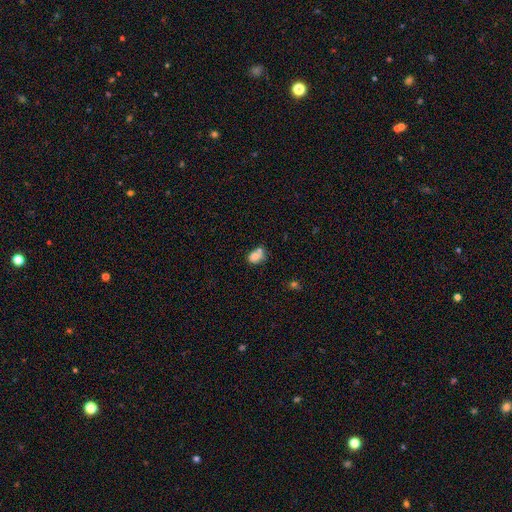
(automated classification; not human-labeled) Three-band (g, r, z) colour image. It shows a smooth galaxy with no disk features (76%) that is in between round and cigar-shaped (59%). Merging: merger (40%).